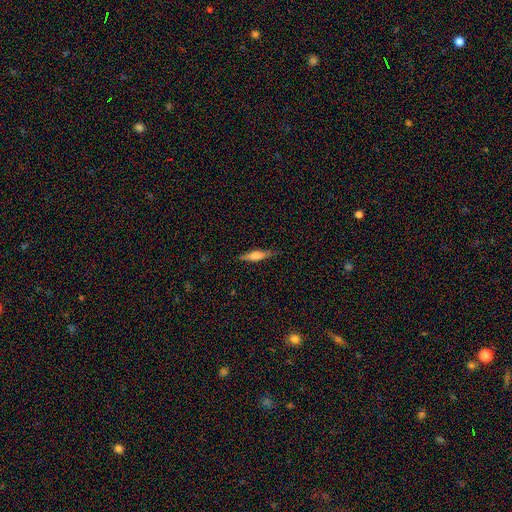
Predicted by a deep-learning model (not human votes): Morphology: type=smooth (51%); roundness=cigar-shaped (76%); merging=none (84%).